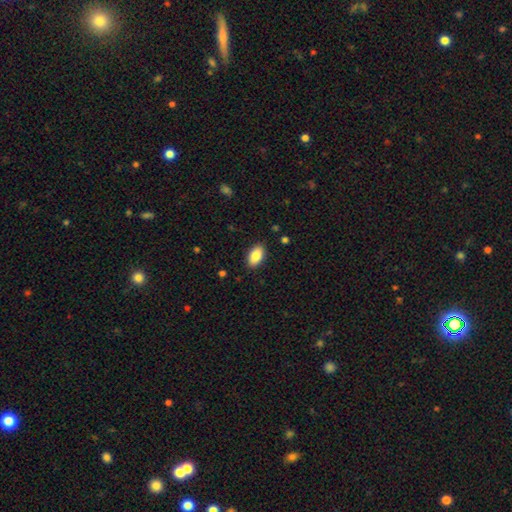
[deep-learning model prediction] A smooth galaxy with no disk features (86%) that is in between round and cigar-shaped (94%). Merging: none (89%).